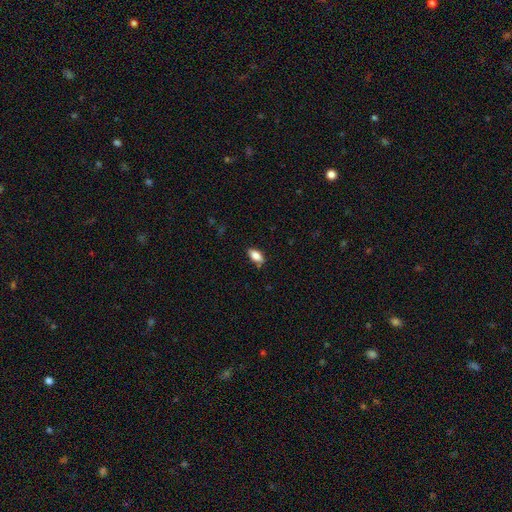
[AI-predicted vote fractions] Smooth or featured? Predicted: smooth (p=0.81). How rounded? Predicted: in between (p=0.88). Merging? Predicted: none (p=0.82).